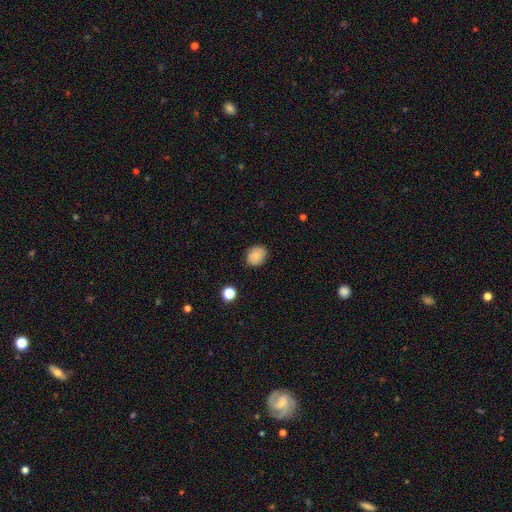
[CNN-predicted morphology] Smooth or featured?
  - smooth: 76% *
  - featured or disk: 14%
  - star or artifact: 10%
How rounded?
  - round: 59% *
  - in between: 40%
  - cigar-shaped: 1%
Merging?
  - none: 83% *
  - minor disturbance: 13%
  - major disturbance: 3%
  - merger: 1%